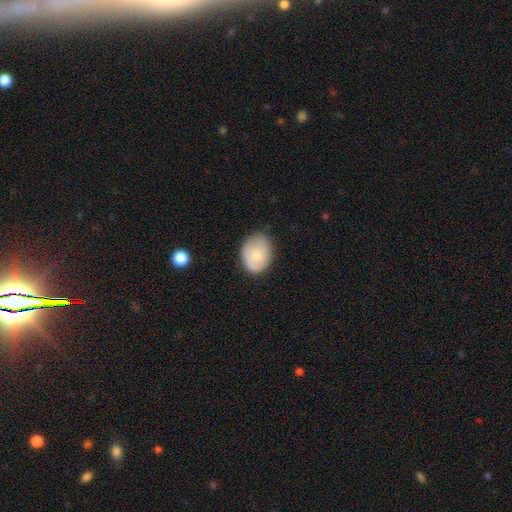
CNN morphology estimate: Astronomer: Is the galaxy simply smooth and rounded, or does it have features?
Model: smooth — 74%.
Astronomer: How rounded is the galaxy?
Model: in between — 58% (runner-up: round, 41%).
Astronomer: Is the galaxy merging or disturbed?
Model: none — 71%.